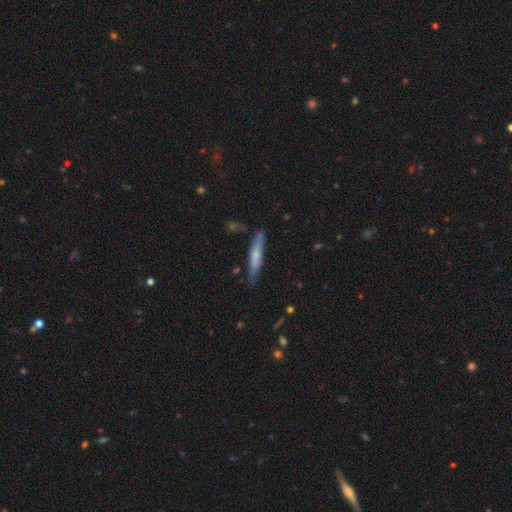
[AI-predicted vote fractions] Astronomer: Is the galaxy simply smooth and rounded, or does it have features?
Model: smooth — 56% (runner-up: featured or disk, 38%).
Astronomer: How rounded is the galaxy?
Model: cigar-shaped — 90%.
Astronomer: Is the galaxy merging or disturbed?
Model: none — 74%.